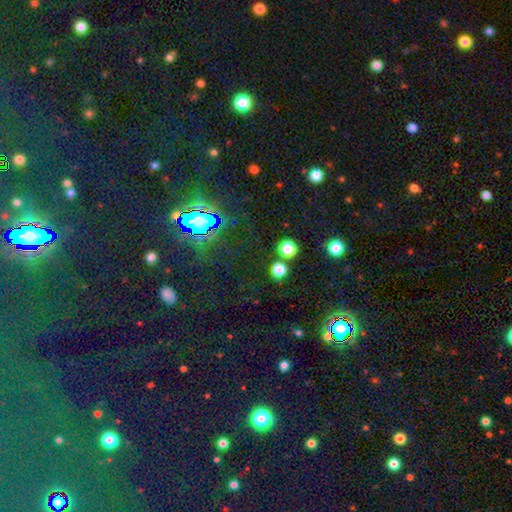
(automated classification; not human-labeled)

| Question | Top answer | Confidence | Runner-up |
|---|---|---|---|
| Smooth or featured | star or artifact | 82% | smooth (11%) |